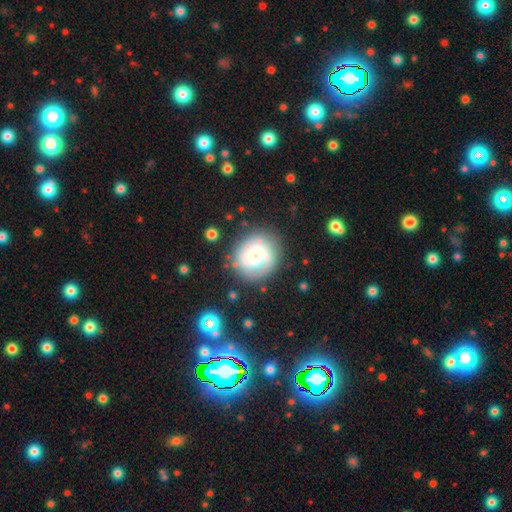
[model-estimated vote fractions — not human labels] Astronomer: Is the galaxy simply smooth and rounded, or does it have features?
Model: featured or disk — 63%.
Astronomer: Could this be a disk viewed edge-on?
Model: no — 98%.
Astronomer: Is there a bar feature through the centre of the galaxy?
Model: no — 60%.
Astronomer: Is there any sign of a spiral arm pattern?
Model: yes — 89%.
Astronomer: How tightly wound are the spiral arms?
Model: medium — 41% (runner-up: tight, 36%).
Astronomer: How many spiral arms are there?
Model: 2 — 59%.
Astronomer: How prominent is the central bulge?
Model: moderate — 47% (runner-up: small, 39%).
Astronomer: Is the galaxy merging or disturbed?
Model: none — 78%.